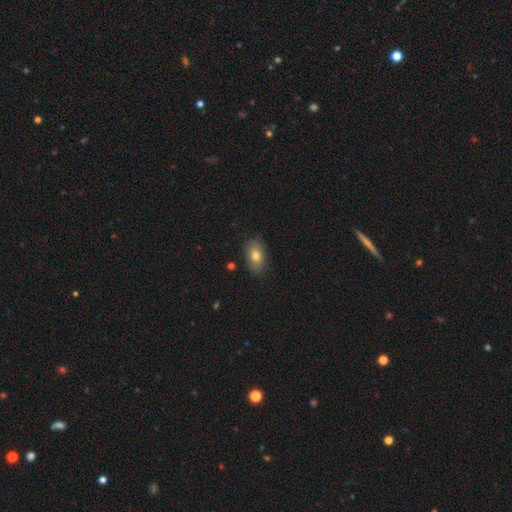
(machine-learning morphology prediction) smooth-or-featured: smooth: 76% | featured or disk: 16% | star or artifact: 8%
  how-rounded: in between: 89% | round: 8% | cigar-shaped: 2%
  merging: none: 82% | minor disturbance: 14% | major disturbance: 3% | merger: 1%